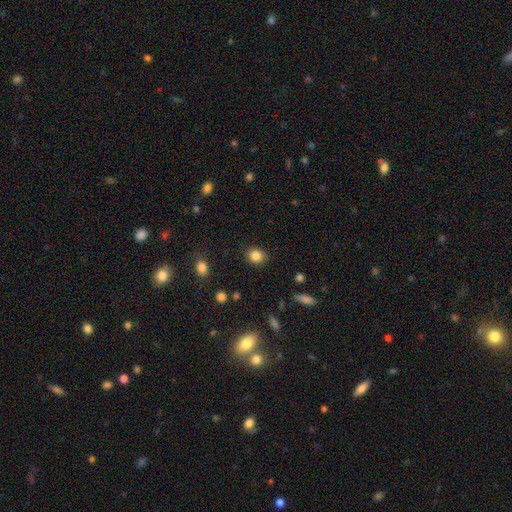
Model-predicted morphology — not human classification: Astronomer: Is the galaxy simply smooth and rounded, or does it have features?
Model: smooth — 85%.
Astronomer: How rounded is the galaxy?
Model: round — 65%.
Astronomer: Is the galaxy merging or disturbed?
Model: none — 88%.